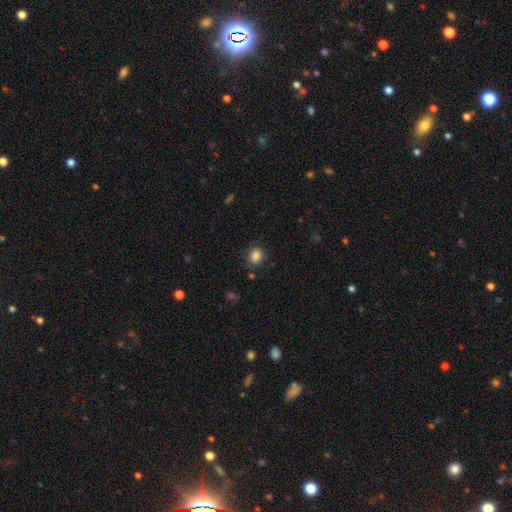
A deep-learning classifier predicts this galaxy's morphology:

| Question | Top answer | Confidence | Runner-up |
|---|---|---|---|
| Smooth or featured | smooth | 86% | star or artifact (10%) |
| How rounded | round | 65% | in between (34%) |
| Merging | none | 80% | minor disturbance (14%) |